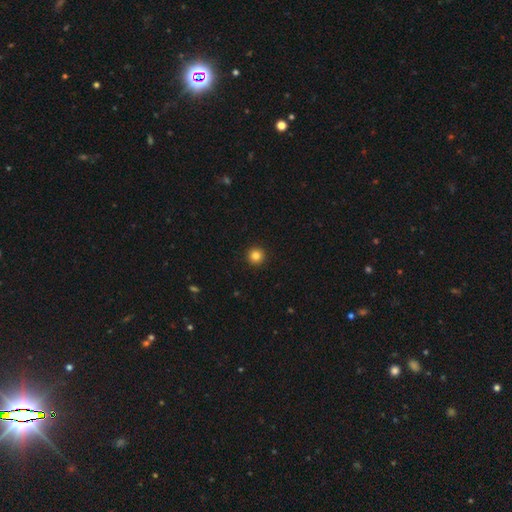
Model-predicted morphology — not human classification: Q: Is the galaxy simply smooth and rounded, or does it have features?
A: smooth — 84%.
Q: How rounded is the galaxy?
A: round — 96%.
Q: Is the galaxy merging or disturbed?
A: none — 94%.